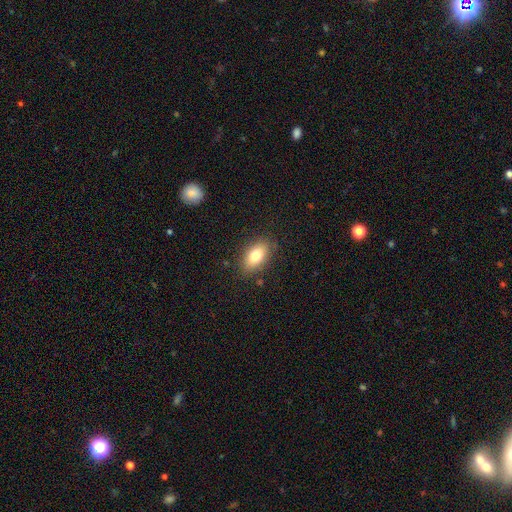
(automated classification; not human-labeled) A smooth galaxy with no disk features (78%) that is in between round and cigar-shaped (88%). Merging: none (84%).